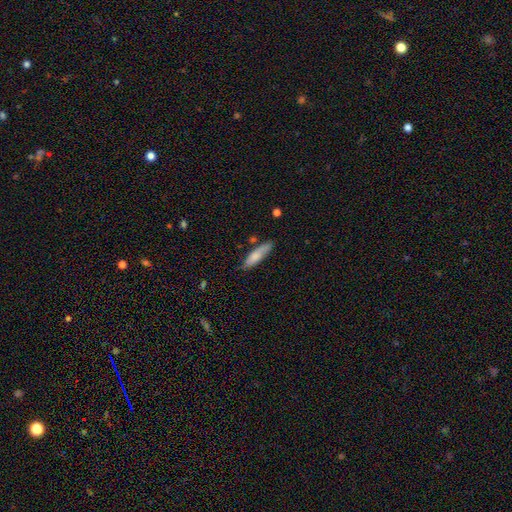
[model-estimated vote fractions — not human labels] Smooth or featured: smooth — 77% (featured or disk — 17%)
How rounded: cigar-shaped — 67% (in between — 32%)
Merging: none — 69% (minor disturbance — 22%)